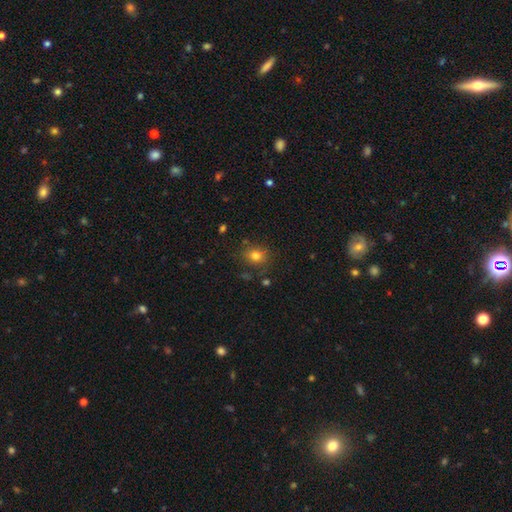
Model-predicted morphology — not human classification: smooth 78%, star or artifact 13%, featured or disk 8%. Down the decision tree: how rounded — round (66%); merging — none (79%).